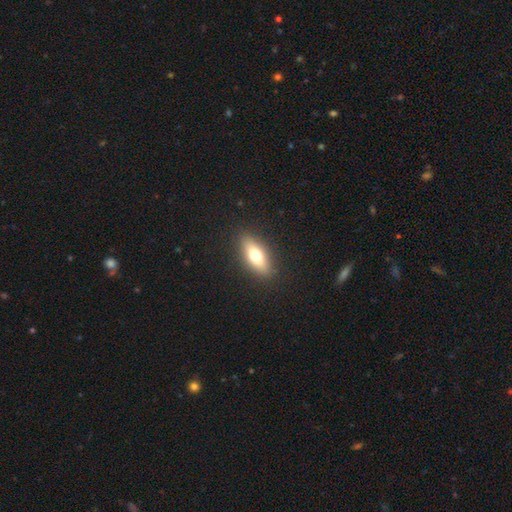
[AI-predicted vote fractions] Overall: smooth (66%; featured or disk 27%). How rounded: in between (70%). Merging: none (89%).